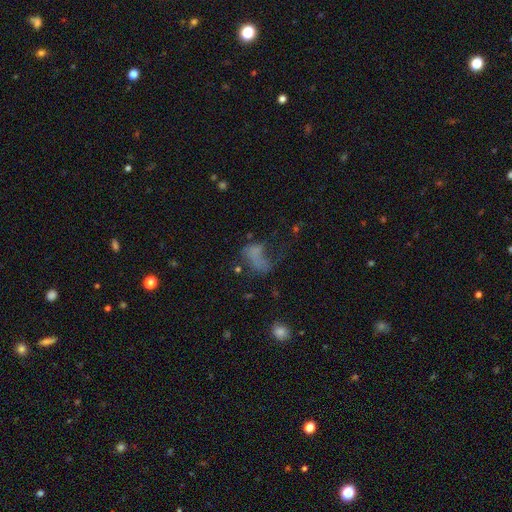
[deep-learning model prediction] A smooth galaxy with no disk features (46%).

Vote fractions:
- Smooth or featured? smooth: 46% / featured or disk: 34% / star or artifact: 20%
- Merging? major disturbance: 50% / none: 26% / minor disturbance: 16% / merger: 8%